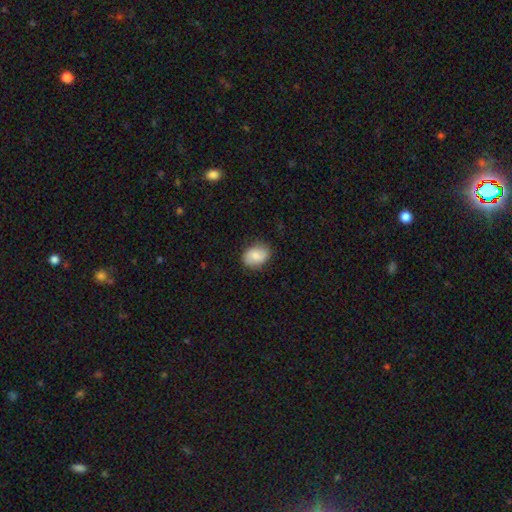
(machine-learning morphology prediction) Smooth or featured? smooth (72%)
How rounded? in between (65%)
Merging? none (83%)